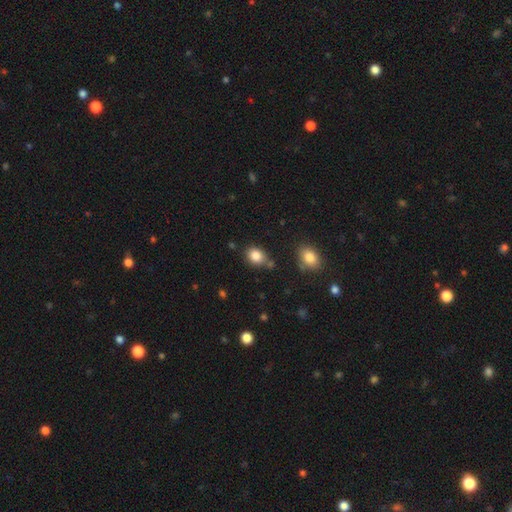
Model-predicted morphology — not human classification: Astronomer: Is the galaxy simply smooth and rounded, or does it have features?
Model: smooth — 85%.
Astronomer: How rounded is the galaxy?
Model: round — 50% (runner-up: in between, 49%).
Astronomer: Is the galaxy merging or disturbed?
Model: none — 72%.